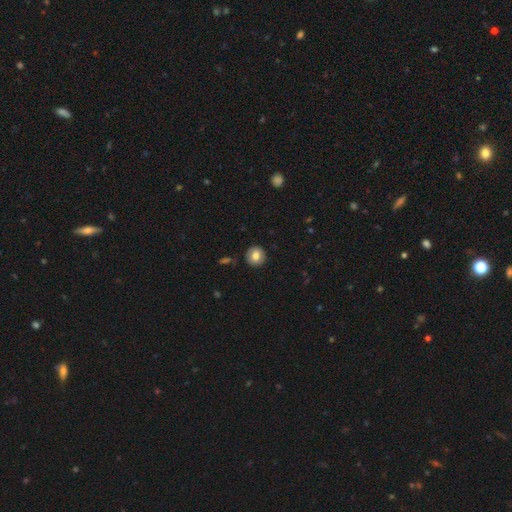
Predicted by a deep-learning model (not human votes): smooth_or_featured: smooth (p=0.79) [alt: featured or disk p=0.13]
how_rounded: round (p=0.91) [alt: in between p=0.08]
merging: none (p=0.90) [alt: minor disturbance p=0.07]